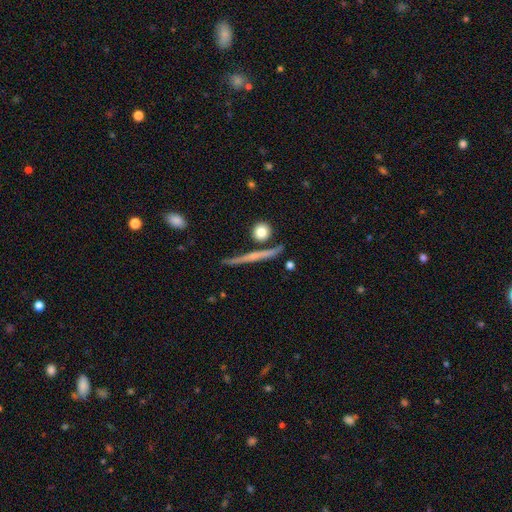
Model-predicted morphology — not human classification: The model was most divided on "smooth or featured": featured or disk: 57%, smooth: 35%, star or artifact: 7%. More confident: edge-on disk — yes (96%); merging — none (84%); edge-on bulge — none (61%).